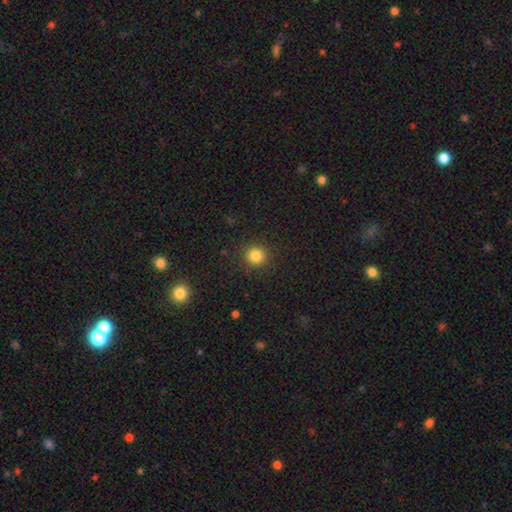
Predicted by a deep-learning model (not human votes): Overall: smooth (83%). How rounded: round (92%). Merging: none (90%).